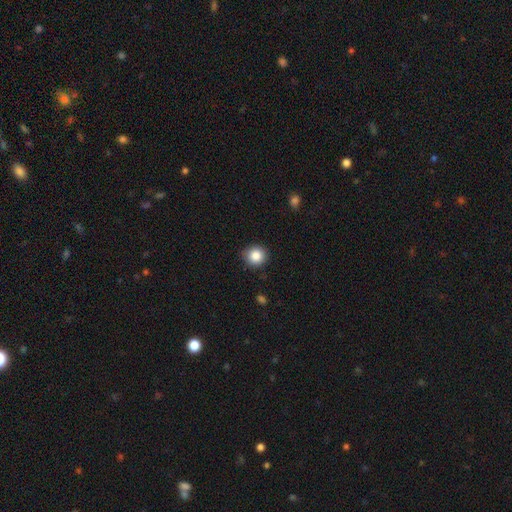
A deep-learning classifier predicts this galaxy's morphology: smooth 86%, star or artifact 10%, featured or disk 4%. Down the decision tree: how rounded — round (90%); merging — none (88%).